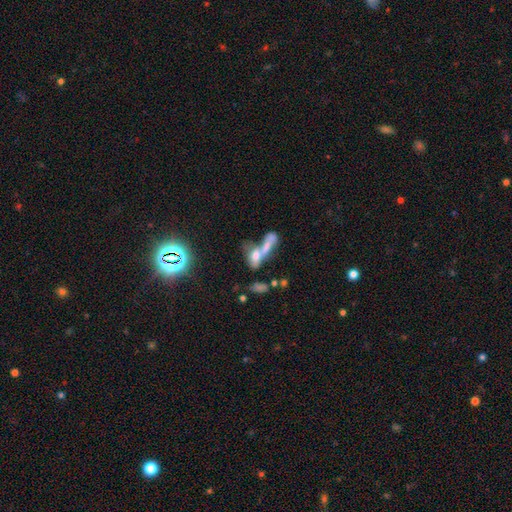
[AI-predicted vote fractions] Overall: smooth (56%; featured or disk 29%). How rounded: in between (70%). Merging: merger (66%).